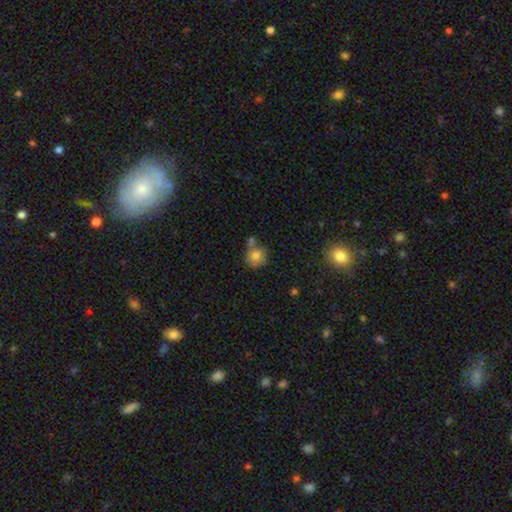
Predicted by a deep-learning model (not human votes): A smooth galaxy with no disk features (77%) that is round (84%). Merging: none (55%).